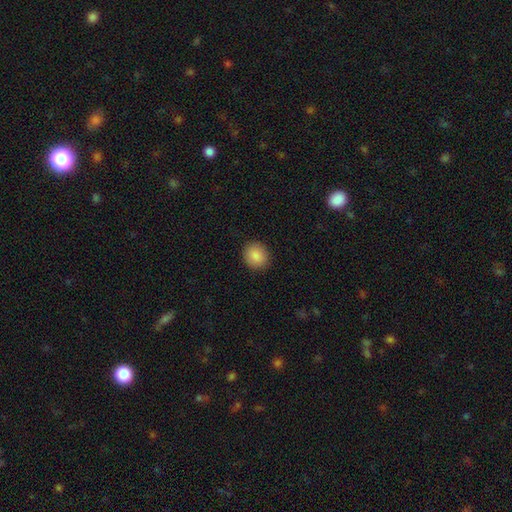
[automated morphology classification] Q: Smooth or featured?
A: smooth (88%); runner-up: star or artifact (8%)
Q: How rounded?
A: round (75%); runner-up: in between (24%)
Q: Merging?
A: none (90%); runner-up: minor disturbance (7%)